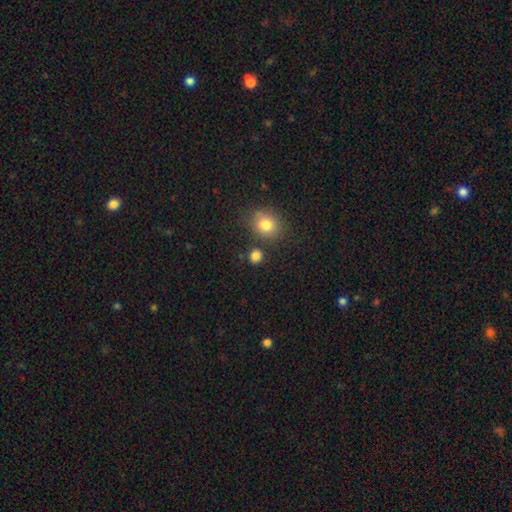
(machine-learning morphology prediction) Smooth or featured?
  - smooth: 82% *
  - star or artifact: 13%
  - featured or disk: 4%
How rounded?
  - round: 82% *
  - in between: 17%
  - cigar-shaped: 1%
Merging?
  - none: 79% *
  - minor disturbance: 9%
  - merger: 8%
  - major disturbance: 3%